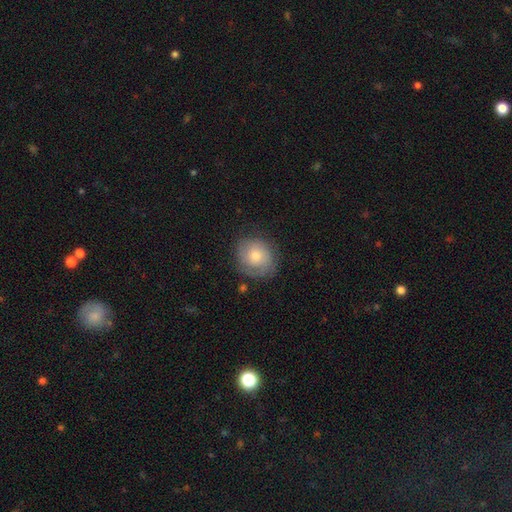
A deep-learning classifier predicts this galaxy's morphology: The model was most divided on "smooth or featured": smooth: 51%, featured or disk: 40%, star or artifact: 8%. More confident: how rounded — round (77%); merging — none (74%).